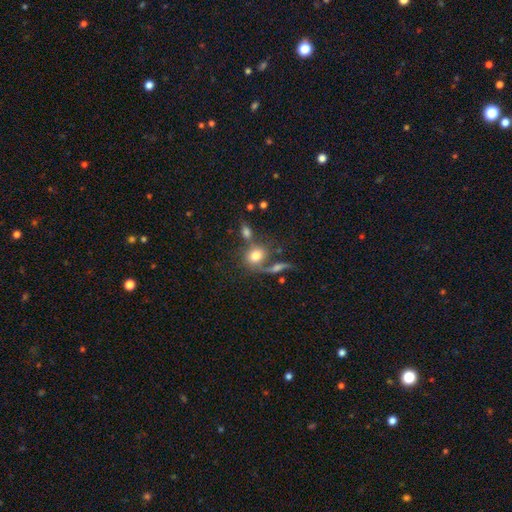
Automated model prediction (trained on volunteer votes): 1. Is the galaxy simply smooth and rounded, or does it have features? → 71% smooth, 18% featured or disk, 10% star or artifact.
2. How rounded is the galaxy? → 66% round, 32% in between, 2% cigar-shaped.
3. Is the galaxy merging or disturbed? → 43% none, 32% merger, 12% minor disturbance, 12% major disturbance.